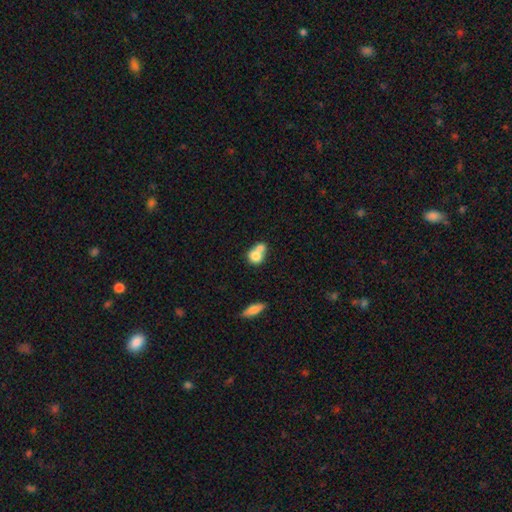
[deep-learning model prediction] Q: Smooth or featured?
A: smooth (75%); runner-up: featured or disk (17%)
Q: How rounded?
A: round (59%); runner-up: in between (39%)
Q: Merging?
A: merger (64%); runner-up: none (25%)